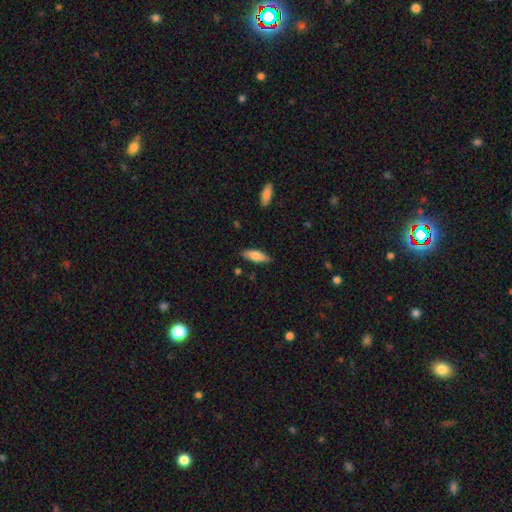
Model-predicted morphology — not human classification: smooth_or_featured: smooth (p=0.79) [alt: featured or disk p=0.15]
how_rounded: in between (p=0.64) [alt: cigar-shaped p=0.34]
merging: none (p=0.84) [alt: minor disturbance p=0.12]